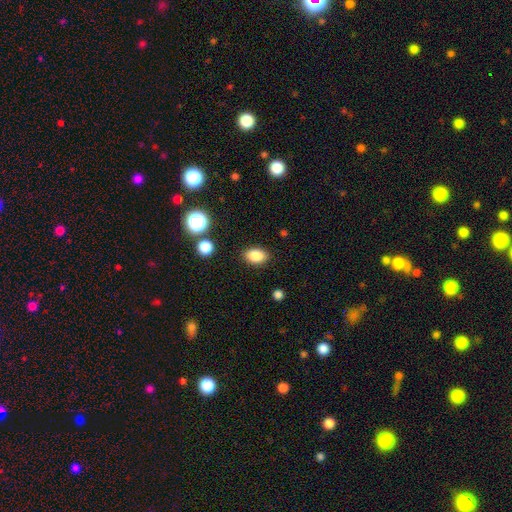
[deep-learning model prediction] Smooth or featured: smooth — 86% (star or artifact — 9%)
How rounded: in between — 84% (round — 14%)
Merging: none — 86% (minor disturbance — 9%)